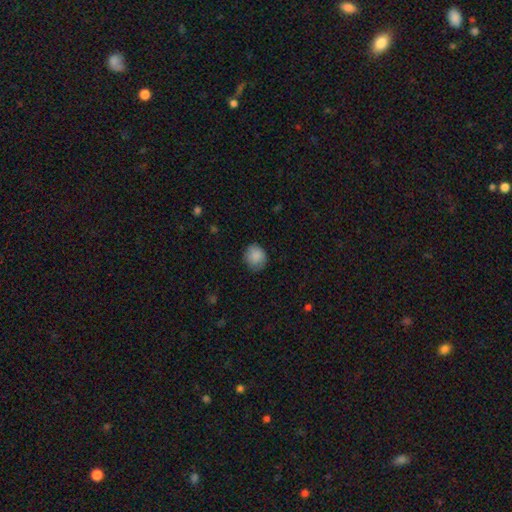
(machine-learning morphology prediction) Smooth or featured? smooth (87%)
How rounded? round (75%)
Merging? none (77%)